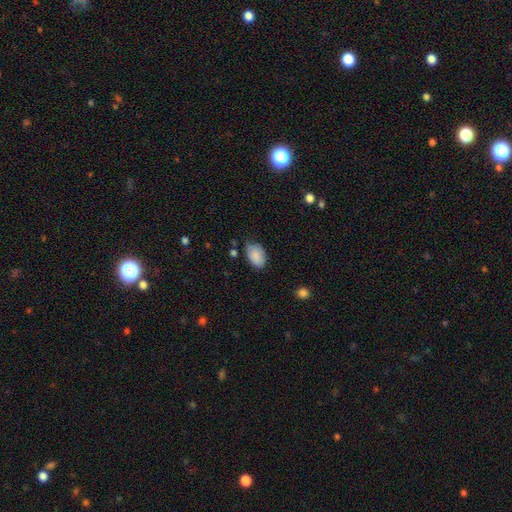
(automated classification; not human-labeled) A smooth galaxy with no disk features (87%) that is in between round and cigar-shaped (89%). Merging: none (62%).